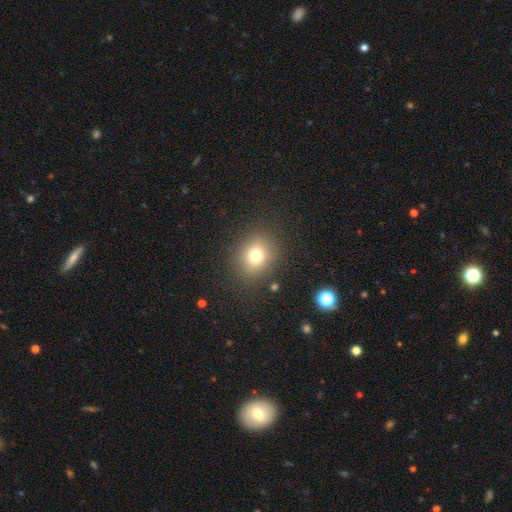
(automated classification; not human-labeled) Overall: smooth (76%). How rounded: round (67%; in between 32%). Merging: none (86%).